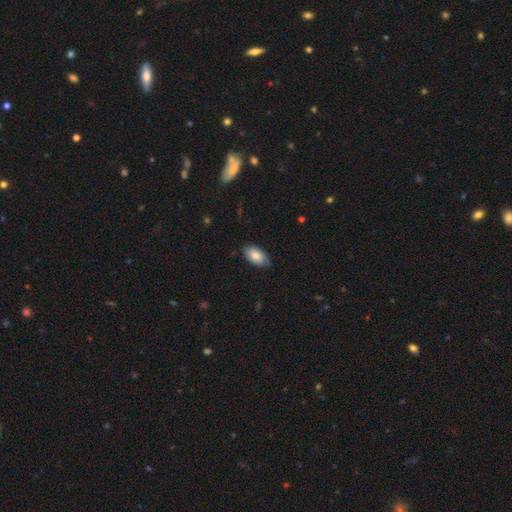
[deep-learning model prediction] Overall: smooth (80%). How rounded: in between (94%). Merging: none (75%).